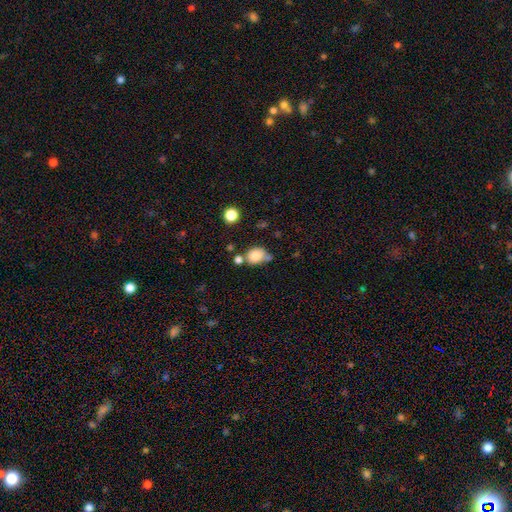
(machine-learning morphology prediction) type=smooth (81%); roundness=round (55%); merging=none (51%).